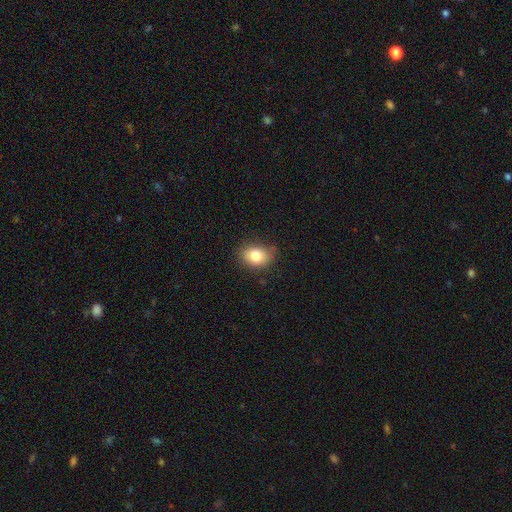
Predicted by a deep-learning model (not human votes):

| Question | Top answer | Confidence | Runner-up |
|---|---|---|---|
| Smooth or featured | smooth | 81% | featured or disk (10%) |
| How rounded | in between | 65% | round (34%) |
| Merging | none | 79% | minor disturbance (17%) |